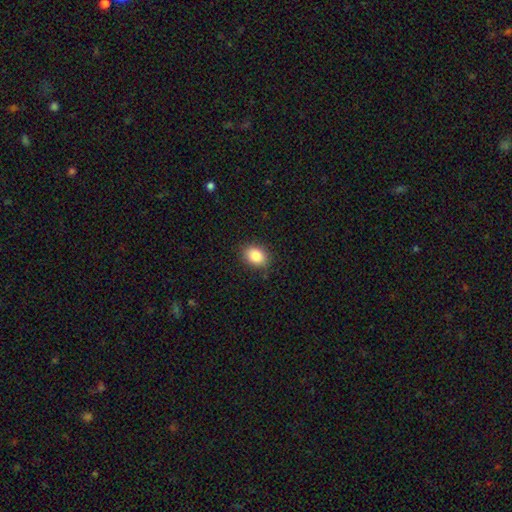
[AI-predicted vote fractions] Morphology: type=smooth (86%); roundness=in between (72%); merging=none (86%).